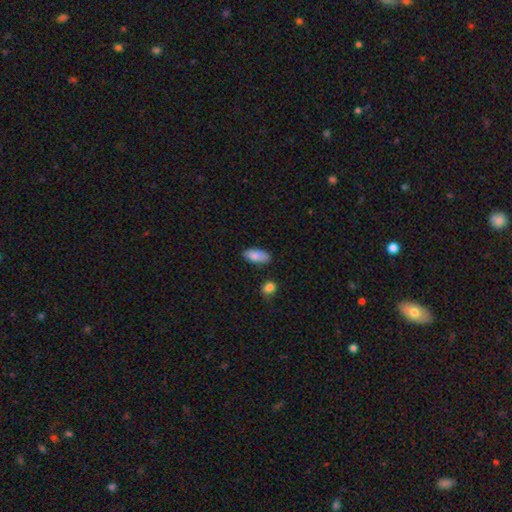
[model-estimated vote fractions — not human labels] Smooth or featured? smooth (85%)
How rounded? in between (89%)
Merging? none (77%)